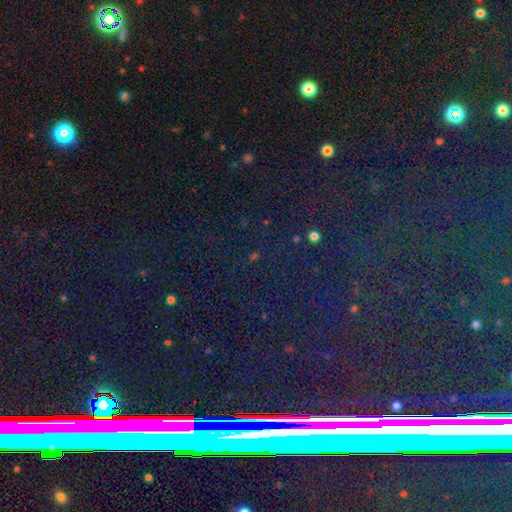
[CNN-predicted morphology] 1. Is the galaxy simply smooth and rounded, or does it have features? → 82% star or artifact, 10% smooth, 9% featured or disk.